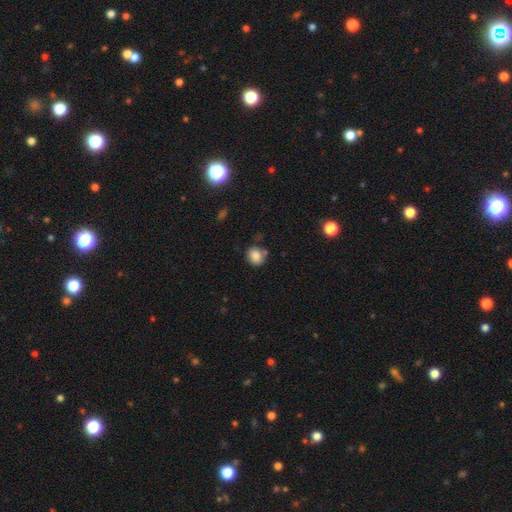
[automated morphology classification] Overall: smooth (84%). How rounded: round (69%; in between 30%). Merging: none (66%).